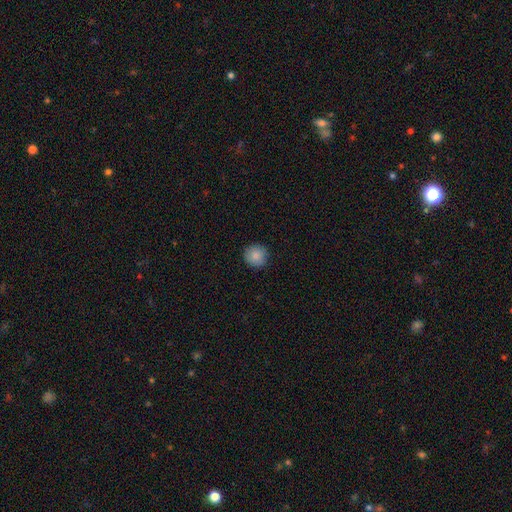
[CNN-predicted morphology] smooth_or_featured: smooth (p=0.88) [alt: star or artifact p=0.08]
how_rounded: round (p=0.93) [alt: in between p=0.06]
merging: none (p=0.90) [alt: minor disturbance p=0.07]